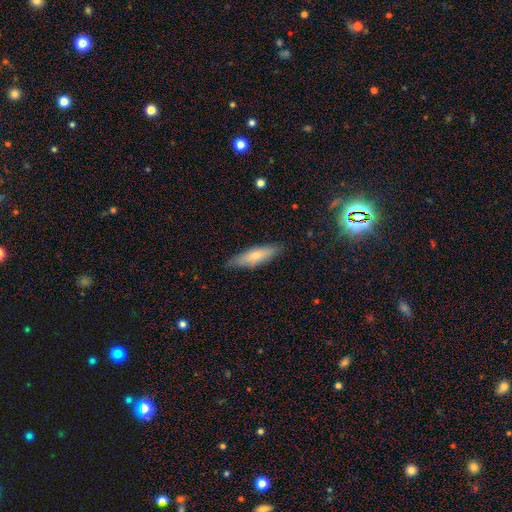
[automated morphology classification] Smooth or featured? smooth (66%)
How rounded? cigar-shaped (57%)
Merging? none (79%)